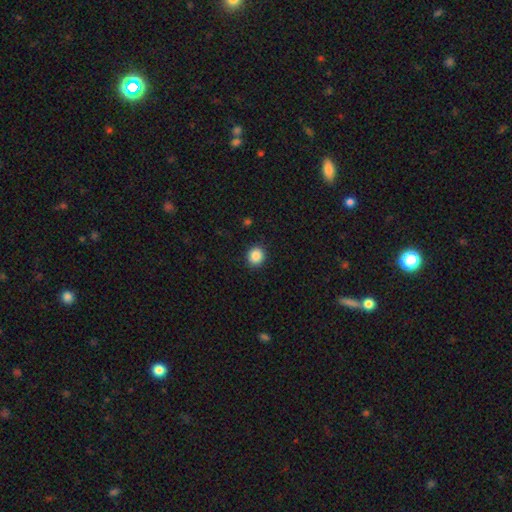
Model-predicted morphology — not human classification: smooth-or-featured: smooth: 87% | star or artifact: 9% | featured or disk: 3%
  how-rounded: round: 88% | in between: 11% | cigar-shaped: 1%
  merging: none: 91% | minor disturbance: 6% | major disturbance: 2% | merger: 1%